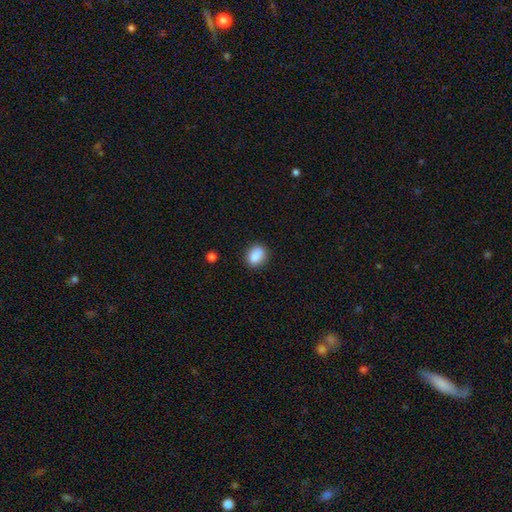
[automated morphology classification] Smooth or featured? smooth (87%)
How rounded? in between (57%)
Merging? none (83%)